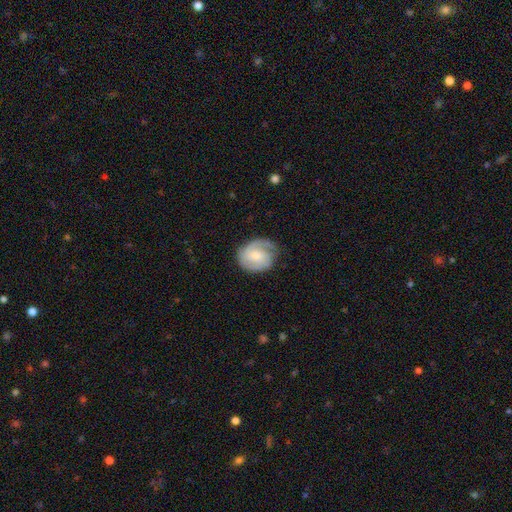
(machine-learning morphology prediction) smooth_or_featured: featured or disk (p=0.74) [alt: smooth p=0.21]
disk_edge_on: no (p=0.98) [alt: yes p=0.02]
bar: no (p=0.60) [alt: weak p=0.34]
has_spiral_arms: yes (p=0.94) [alt: no p=0.06]
spiral_winding: tight (p=0.52) [alt: medium p=0.37]
spiral_arm_count: 2 (p=0.50) [alt: can't tell p=0.17]
bulge_size: small (p=0.56) [alt: moderate p=0.37]
merging: none (p=0.67) [alt: minor disturbance p=0.22]